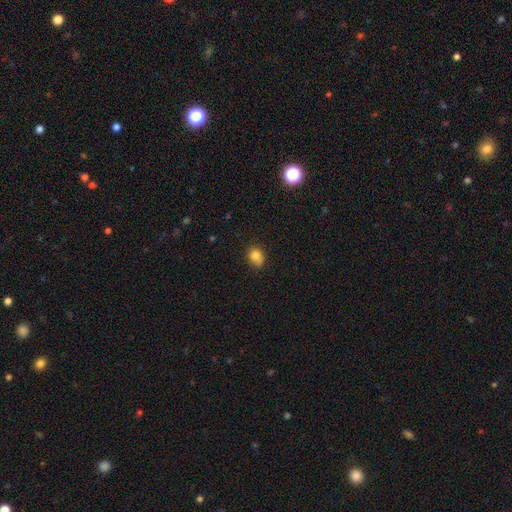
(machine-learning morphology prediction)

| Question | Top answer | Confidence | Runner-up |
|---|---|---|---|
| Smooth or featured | smooth | 81% | star or artifact (11%) |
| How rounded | round | 53% | in between (46%) |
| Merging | none | 62% | minor disturbance (28%) |